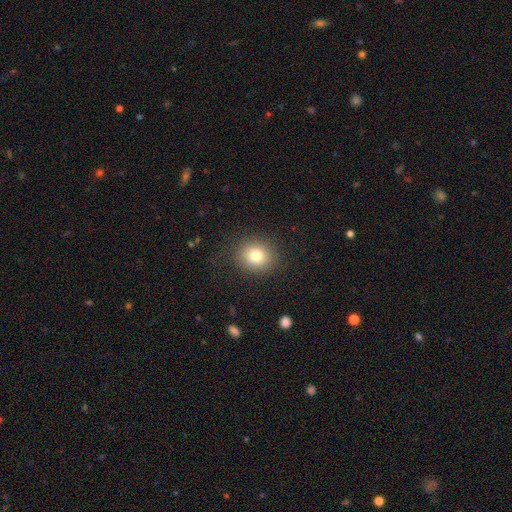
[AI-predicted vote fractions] Smooth or featured: smooth — 80% (star or artifact — 12%)
How rounded: round — 79% (in between — 20%)
Merging: none — 88% (minor disturbance — 8%)